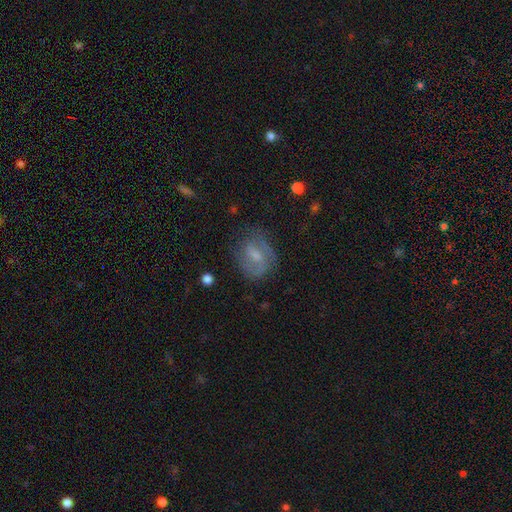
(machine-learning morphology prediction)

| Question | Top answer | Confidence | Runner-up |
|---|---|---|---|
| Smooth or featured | featured or disk | 56% | smooth (35%) |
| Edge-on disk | no | 96% | yes (4%) |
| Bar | weak | 52% | no (30%) |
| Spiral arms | yes | 77% | no (23%) |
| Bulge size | small | 40% | moderate (37%) |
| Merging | none | 63% | minor disturbance (23%) |